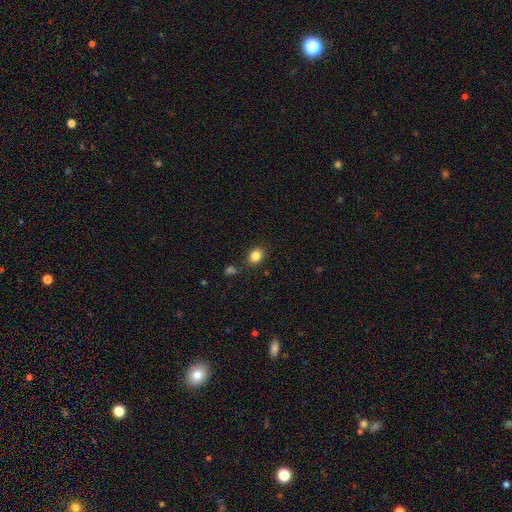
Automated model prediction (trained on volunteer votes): smooth-or-featured: smooth: 84% | star or artifact: 11% | featured or disk: 5%
  how-rounded: round: 56% | in between: 43% | cigar-shaped: 1%
  merging: none: 83% | minor disturbance: 10% | merger: 4% | major disturbance: 3%